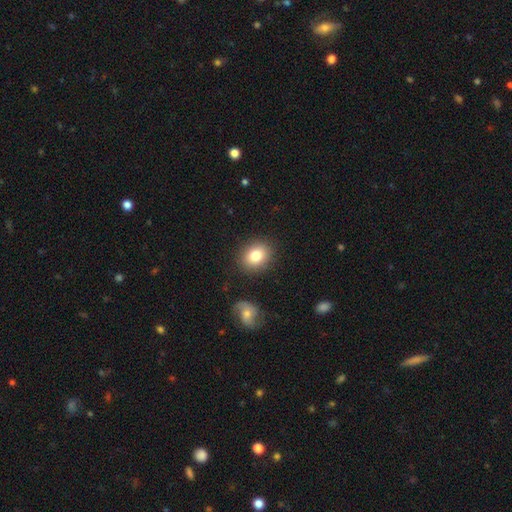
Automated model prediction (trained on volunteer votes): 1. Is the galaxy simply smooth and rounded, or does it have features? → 81% smooth, 10% featured or disk, 9% star or artifact.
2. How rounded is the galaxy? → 56% round, 43% in between, 1% cigar-shaped.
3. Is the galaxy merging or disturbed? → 86% none, 9% minor disturbance, 3% merger, 3% major disturbance.